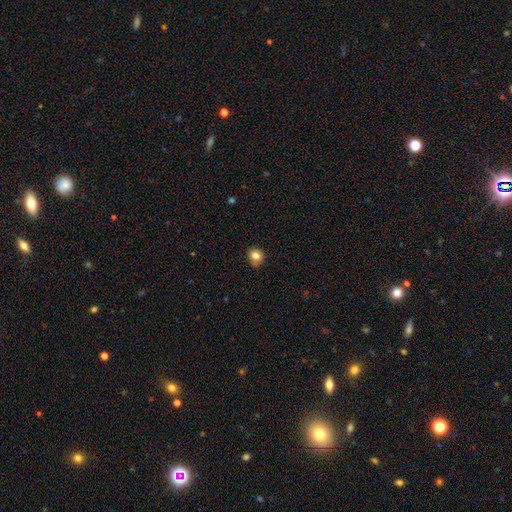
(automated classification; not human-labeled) Smooth or featured: smooth — 81% (star or artifact — 11%)
How rounded: round — 81% (in between — 18%)
Merging: none — 80% (minor disturbance — 16%)